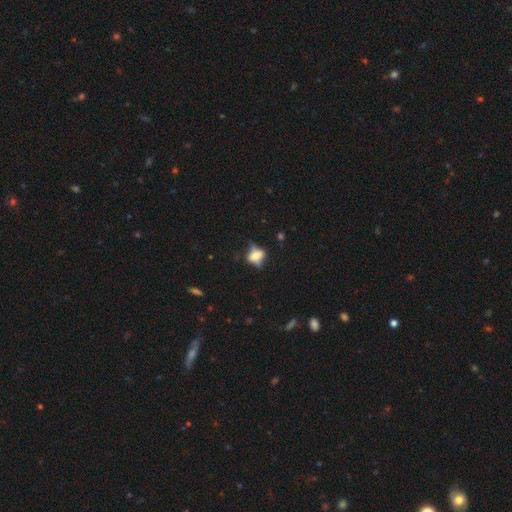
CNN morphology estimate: The model was most divided on "smooth or featured": featured or disk: 44%, smooth: 43%, star or artifact: 13%. More confident: merging — none (56%).